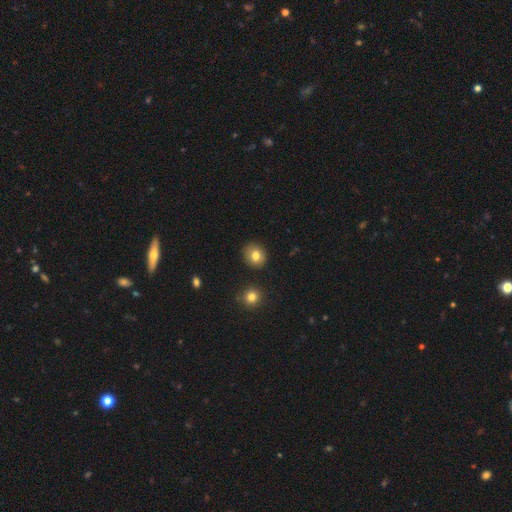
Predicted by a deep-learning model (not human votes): This is clearly a smooth galaxy (81%). How rounded: likely round (76%). Merging: clearly none (88%).